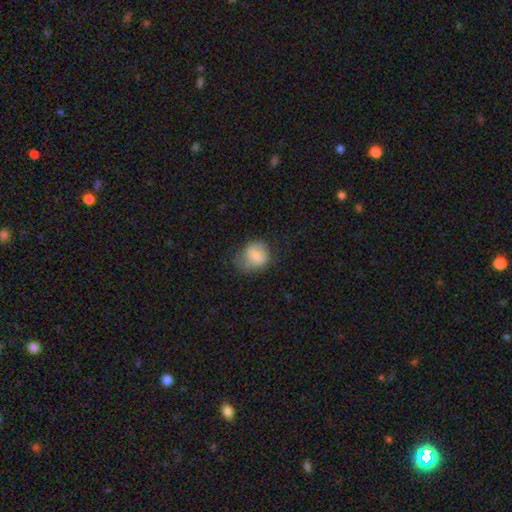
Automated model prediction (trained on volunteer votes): Q: Smooth or featured?
A: smooth (77%); runner-up: featured or disk (15%)
Q: How rounded?
A: round (66%); runner-up: in between (33%)
Q: Merging?
A: none (48%); runner-up: minor disturbance (32%)